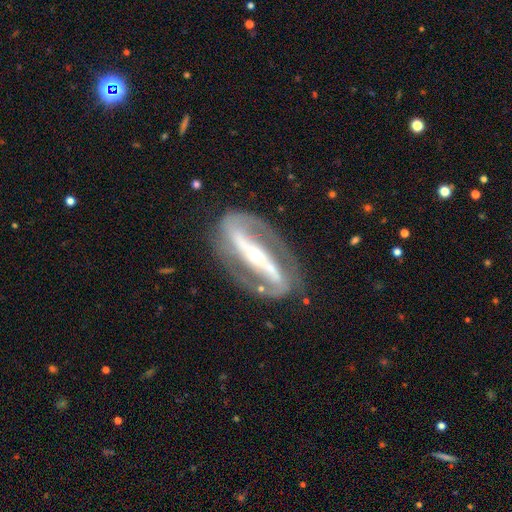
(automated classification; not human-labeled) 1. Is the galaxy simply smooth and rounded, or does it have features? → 90% featured or disk, 6% smooth, 4% star or artifact.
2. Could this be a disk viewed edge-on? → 88% no, 12% yes.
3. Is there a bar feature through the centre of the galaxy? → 80% strong, 11% no, 9% weak.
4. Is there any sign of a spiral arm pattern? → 86% yes, 14% no.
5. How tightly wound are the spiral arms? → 43% medium, 38% tight, 19% loose.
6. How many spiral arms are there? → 91% 2, 4% can't tell, 2% 1, 1% 3, 1% 4, 1% more than 4.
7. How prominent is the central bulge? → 62% small, 33% moderate, 3% large, 1% dominant, 1% none.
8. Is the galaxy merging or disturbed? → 82% none, 11% minor disturbance, 6% major disturbance, 2% merger.